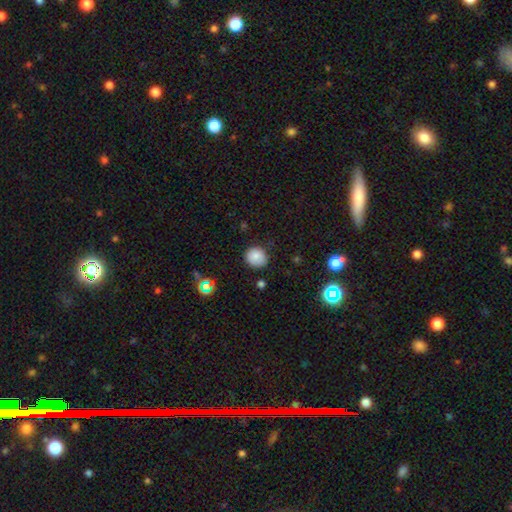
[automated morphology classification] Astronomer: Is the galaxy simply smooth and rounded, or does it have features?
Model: smooth — 80%.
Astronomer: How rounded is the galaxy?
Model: round — 80%.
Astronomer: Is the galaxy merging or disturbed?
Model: none — 79%.